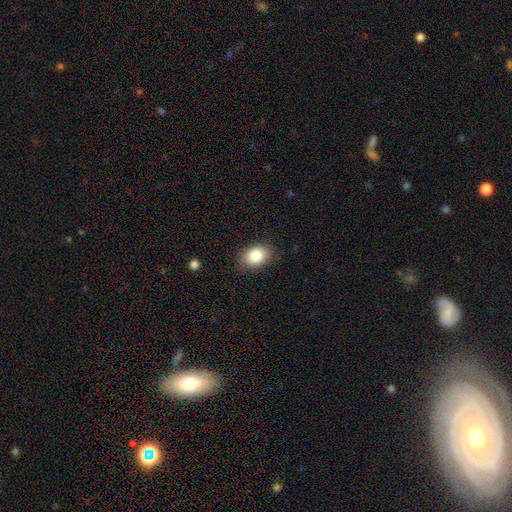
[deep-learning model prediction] A smooth galaxy with no disk features (84%) that is in between round and cigar-shaped (74%).

Vote fractions:
- Smooth or featured? smooth: 84% / star or artifact: 9% / featured or disk: 8%
- How rounded? in between: 74% / round: 25% / cigar-shaped: 1%
- Merging? none: 84% / minor disturbance: 12% / major disturbance: 3% / merger: 1%